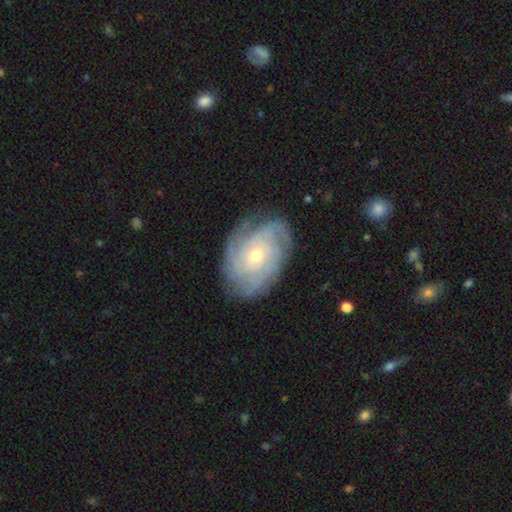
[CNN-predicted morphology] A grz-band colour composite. It shows a featured or disk galaxy (84%) with no bar (76%), tight (74%) spiral arms (96%) and a small central bulge (59%). Merging: none (79%).